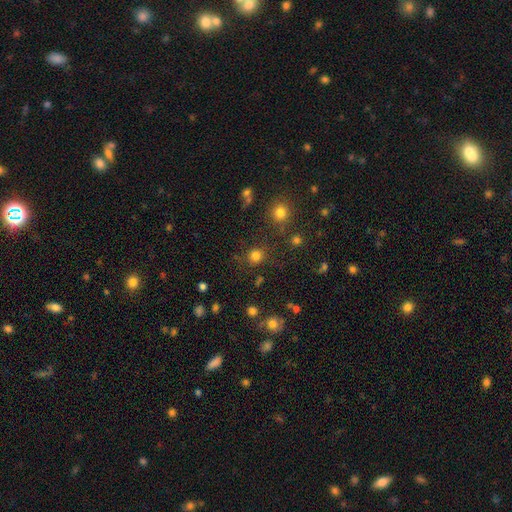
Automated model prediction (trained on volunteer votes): Overall: smooth (79%). How rounded: round (90%). Merging: none (83%).